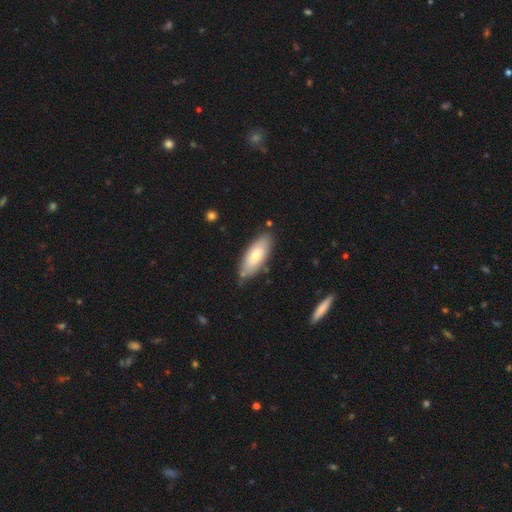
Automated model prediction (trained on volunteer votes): Smooth or featured: smooth — 67% (featured or disk — 27%)
How rounded: in between — 78% (cigar-shaped — 20%)
Merging: none — 77% (minor disturbance — 16%)